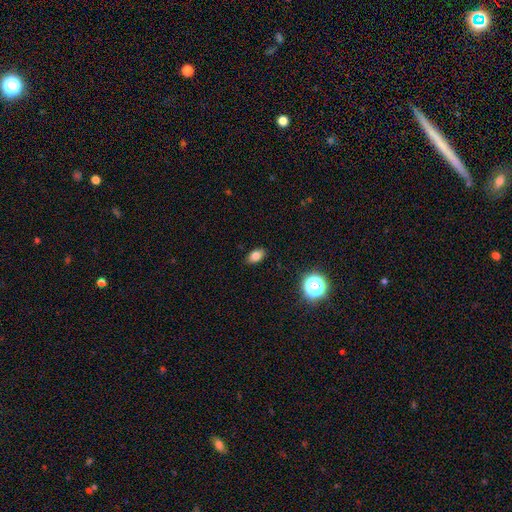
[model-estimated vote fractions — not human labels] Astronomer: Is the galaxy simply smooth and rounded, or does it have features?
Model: smooth — 80%.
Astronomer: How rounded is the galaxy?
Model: in between — 85%.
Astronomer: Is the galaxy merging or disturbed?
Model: none — 87%.